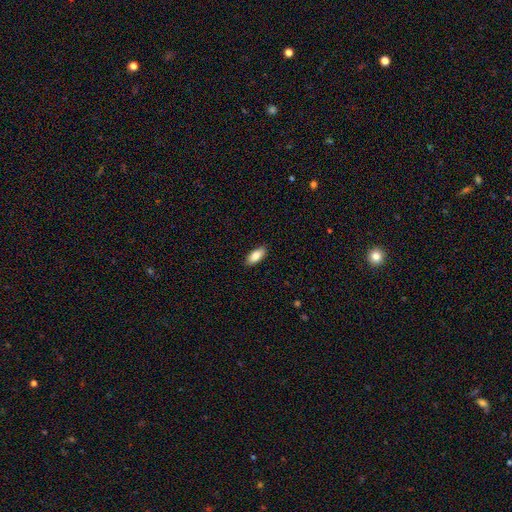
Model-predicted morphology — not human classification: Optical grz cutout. It shows a smooth galaxy with no disk features (85%) that is in between round and cigar-shaped (85%). Merging: none (89%).